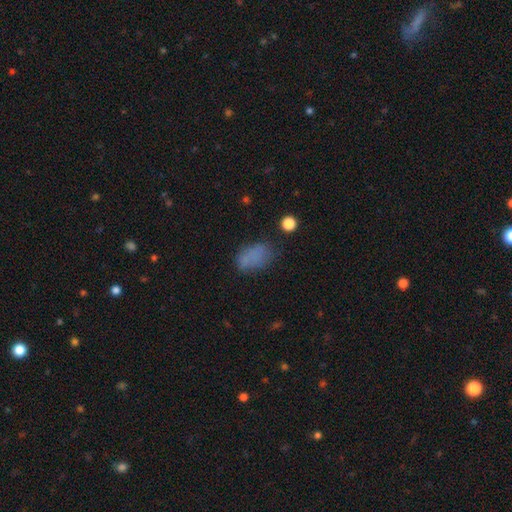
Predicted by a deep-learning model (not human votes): Smooth or featured? smooth (74%)
How rounded? in between (86%)
Merging? none (54%)